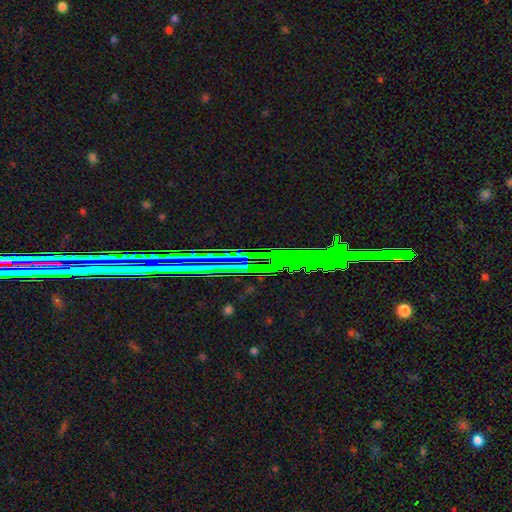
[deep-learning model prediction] This is likely a star or artifact rather than a galaxy (72%).